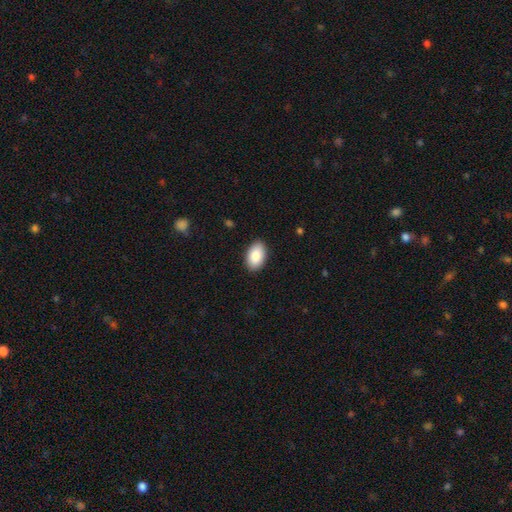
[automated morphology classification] Smooth or featured: smooth — 87% (featured or disk — 7%)
How rounded: in between — 93% (round — 5%)
Merging: none — 89% (minor disturbance — 8%)